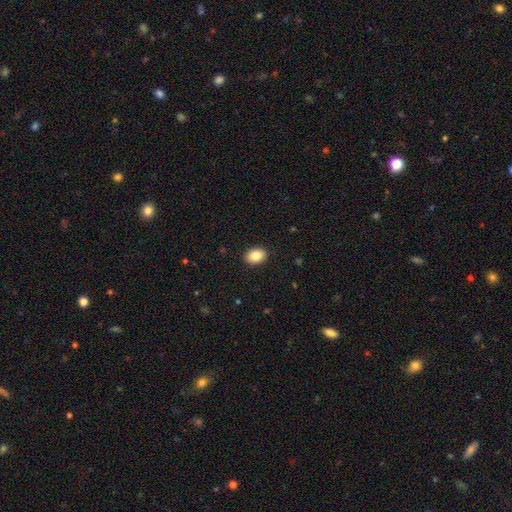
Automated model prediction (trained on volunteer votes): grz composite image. It shows a smooth galaxy with no disk features (85%) that is in between round and cigar-shaped (74%). Merging: none (90%).